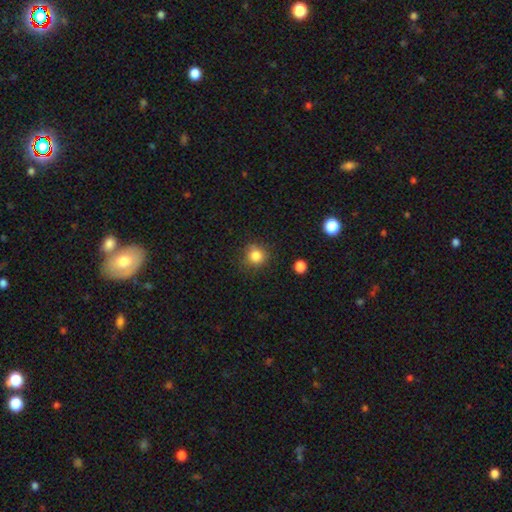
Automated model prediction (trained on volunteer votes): A smooth galaxy with no disk features (82%) that is round (89%). Merging: none (78%).